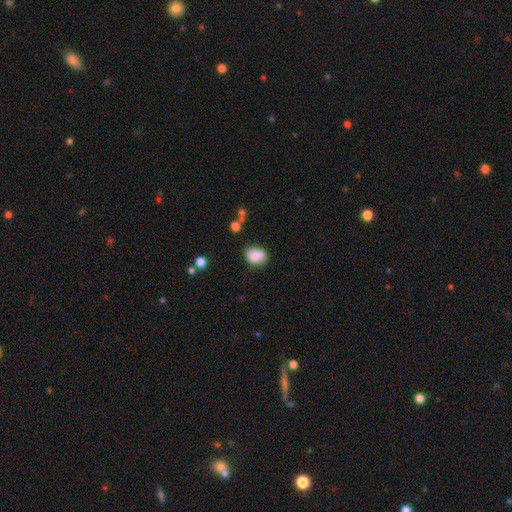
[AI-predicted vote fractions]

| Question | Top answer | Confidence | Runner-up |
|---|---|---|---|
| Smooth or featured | smooth | 83% | featured or disk (9%) |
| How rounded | in between | 65% | round (34%) |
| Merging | none | 68% | minor disturbance (22%) |